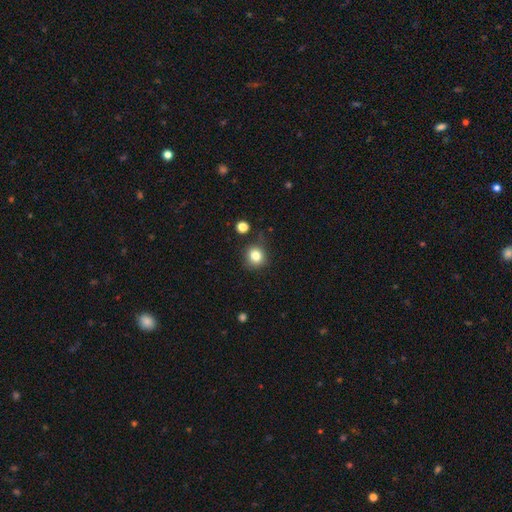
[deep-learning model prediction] smooth 81%, star or artifact 12%, featured or disk 7%. Down the decision tree: how rounded — round (87%); merging — none (79%).